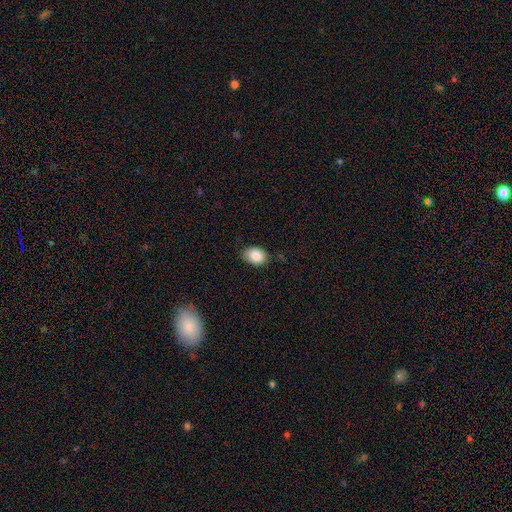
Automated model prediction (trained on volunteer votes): Morphology: type=smooth (86%); roundness=in between (76%); merging=none (77%).